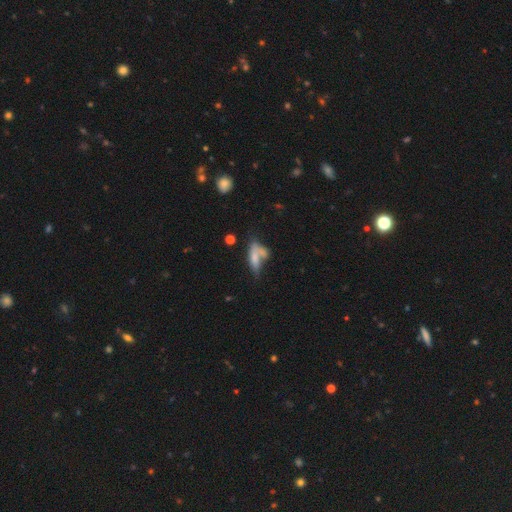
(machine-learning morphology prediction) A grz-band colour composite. It shows a smooth galaxy with no disk features (65%) that is in between round and cigar-shaped (55%). Merging: merger (44%).